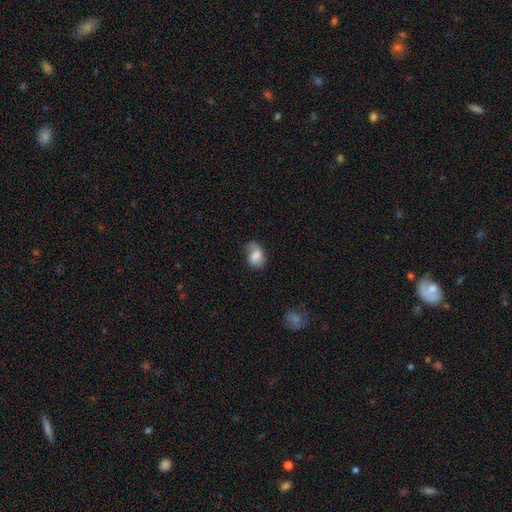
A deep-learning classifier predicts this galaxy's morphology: Smooth or featured? smooth (70%)
How rounded? in between (79%)
Merging? none (49%)